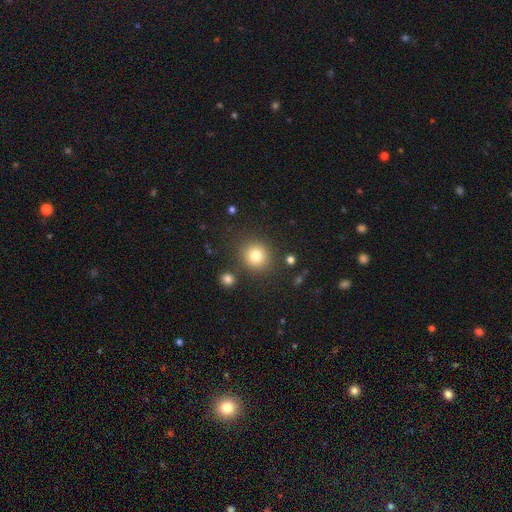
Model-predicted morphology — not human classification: The model was most divided on "smooth or featured": smooth: 81%, star or artifact: 12%, featured or disk: 7%. More confident: how rounded — round (88%); merging — none (84%).